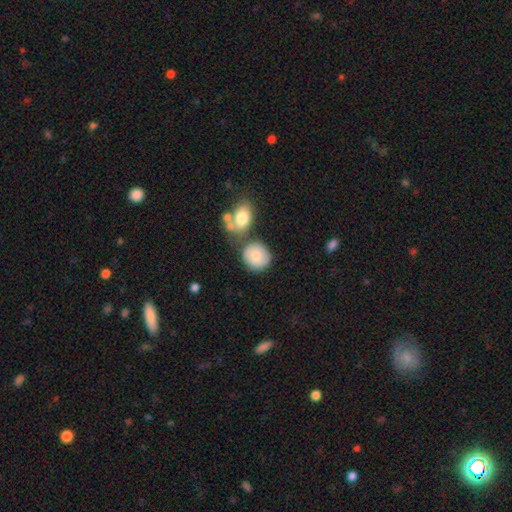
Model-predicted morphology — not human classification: A smooth galaxy with no disk features (78%) that is round (82%). Merging: none (63%).